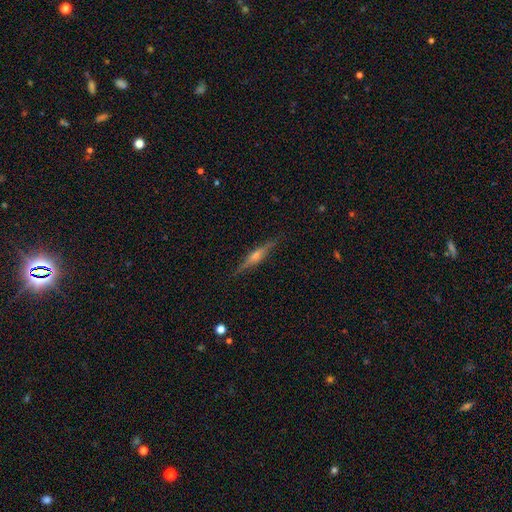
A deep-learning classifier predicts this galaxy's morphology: smooth_or_featured: featured or disk (p=0.76) [alt: smooth p=0.17]
disk_edge_on: yes (p=0.98) [alt: no p=0.02]
edge_on_bulge: rounded (p=0.84) [alt: boxy p=0.10]
merging: none (p=0.89) [alt: minor disturbance p=0.08]